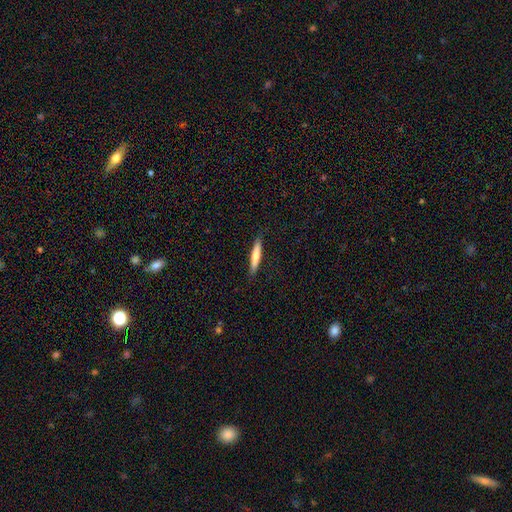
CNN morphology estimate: This appears to be a smooth galaxy with no disk features (66%) that is cigar-shaped (90%). Merging: none (89%).